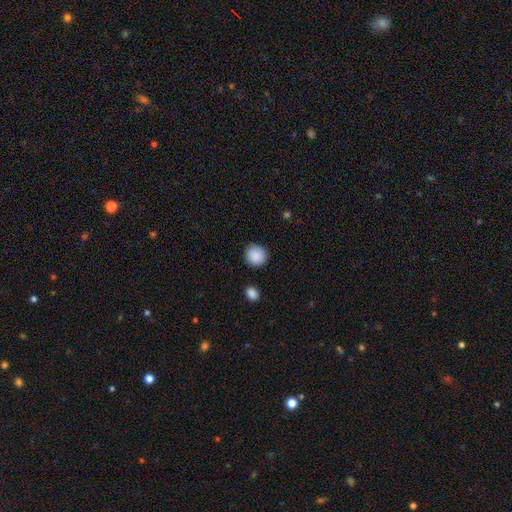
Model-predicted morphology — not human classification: A smooth galaxy with no disk features (90%) that is round (90%). Merging: none (89%).